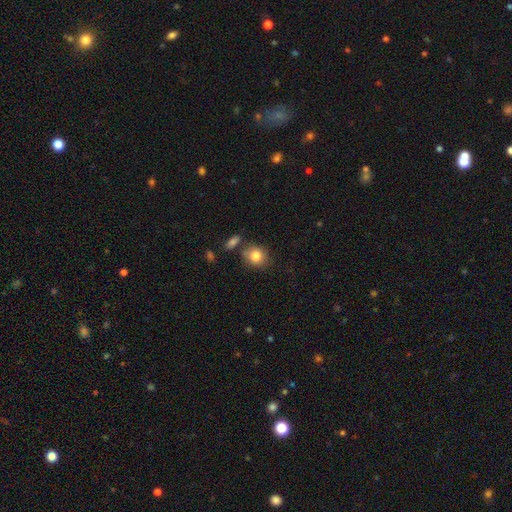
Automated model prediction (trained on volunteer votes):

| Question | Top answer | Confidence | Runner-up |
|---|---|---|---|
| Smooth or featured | smooth | 82% | star or artifact (9%) |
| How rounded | round | 73% | in between (26%) |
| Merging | none | 72% | minor disturbance (14%) |